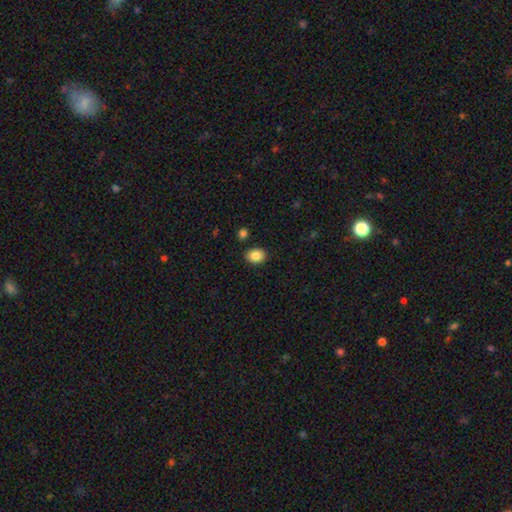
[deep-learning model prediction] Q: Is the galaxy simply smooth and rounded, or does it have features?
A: smooth — 86%.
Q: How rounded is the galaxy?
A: in between — 59%.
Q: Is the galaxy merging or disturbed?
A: none — 88%.